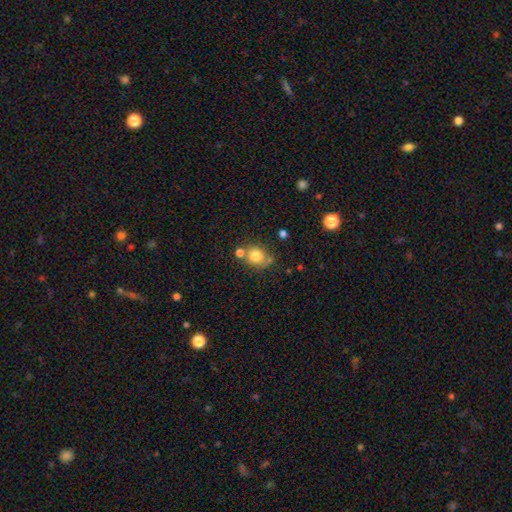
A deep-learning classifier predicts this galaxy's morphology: This is likely a smooth galaxy (78%). How rounded: likely round (73%). Merging: possibly none (58%).